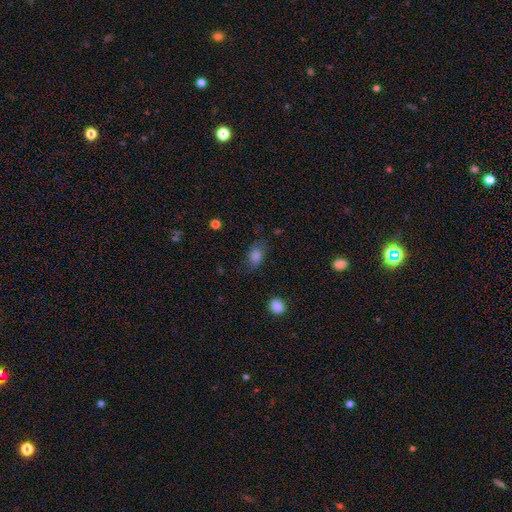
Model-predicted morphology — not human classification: The model was most divided on "merging": none: 69%, minor disturbance: 21%, major disturbance: 8%, merger: 2%. More confident: how rounded — in between (80%); smooth or featured — smooth (77%).